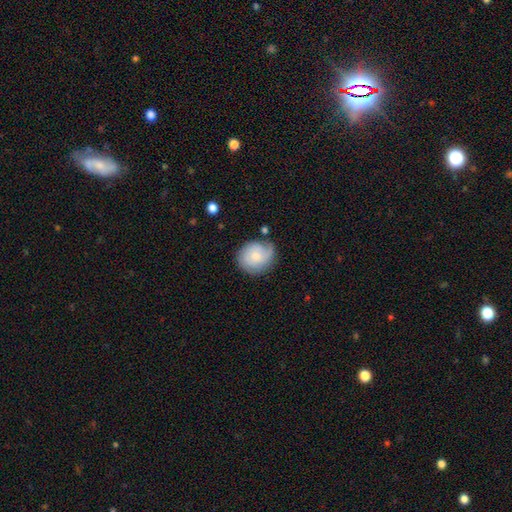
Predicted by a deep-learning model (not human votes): smooth 57%, featured or disk 36%, star or artifact 7%. Down the decision tree: how rounded — round (71%); merging — none (65%).